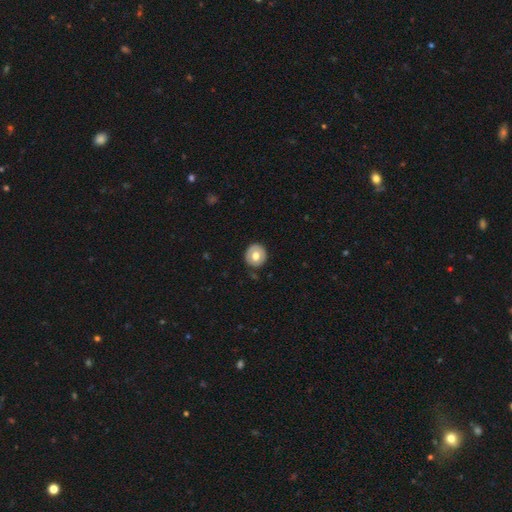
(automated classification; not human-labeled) smooth 61%, featured or disk 33%, star or artifact 7%. Down the decision tree: how rounded — round (88%); merging — none (86%).